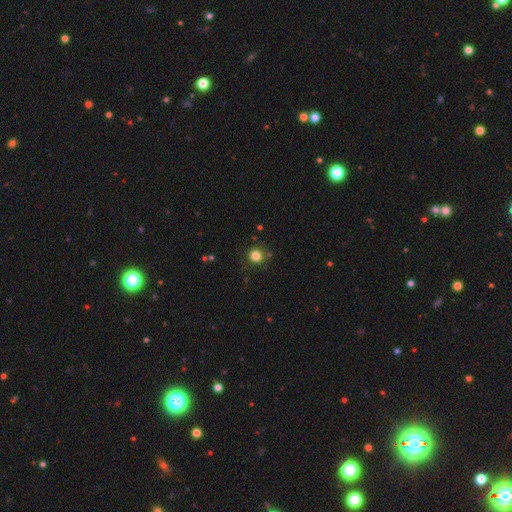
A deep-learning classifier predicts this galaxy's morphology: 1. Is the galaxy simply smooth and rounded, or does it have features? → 82% smooth, 13% star or artifact, 5% featured or disk.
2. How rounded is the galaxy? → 93% round, 6% in between, 1% cigar-shaped.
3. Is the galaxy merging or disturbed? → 84% none, 10% minor disturbance, 3% merger, 3% major disturbance.